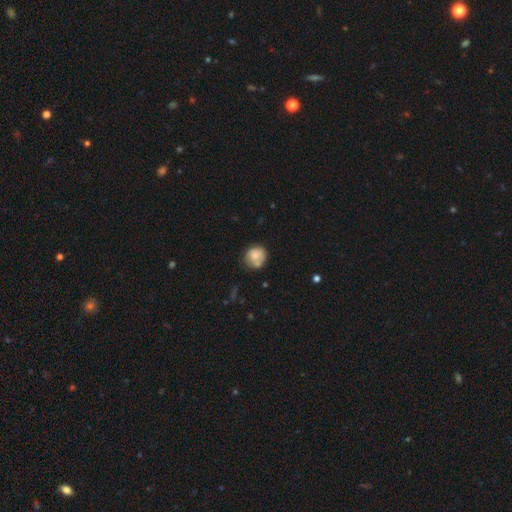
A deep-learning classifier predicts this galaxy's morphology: This appears to be a smooth galaxy with no disk features (70%) that is round (81%). Merging: none (57%).